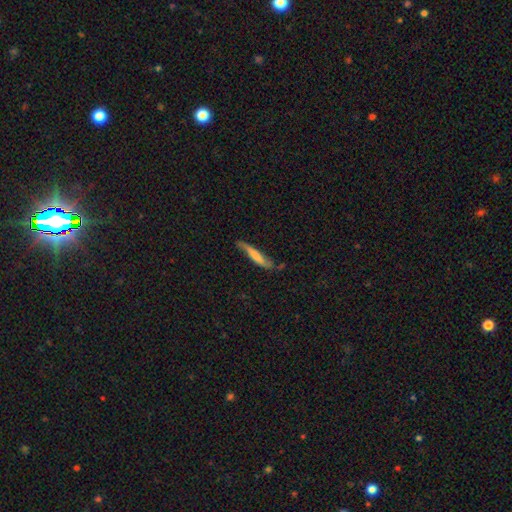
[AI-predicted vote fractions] Overall: smooth (51%; featured or disk 43%). How rounded: cigar-shaped (89%). Merging: none (53%; minor disturbance 31%).